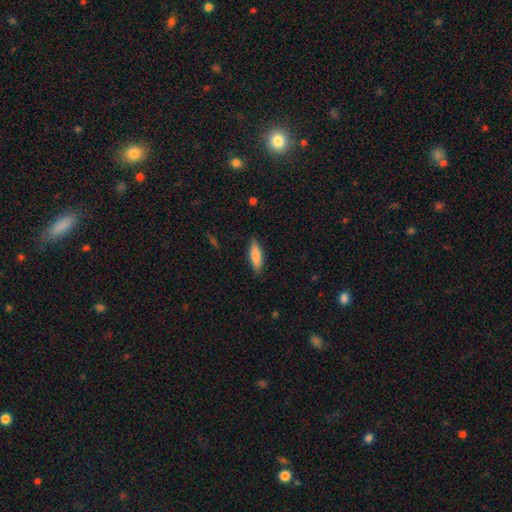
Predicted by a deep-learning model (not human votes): This appears to be a smooth galaxy with no disk features (82%) that is cigar-shaped (55%). Merging: none (87%).